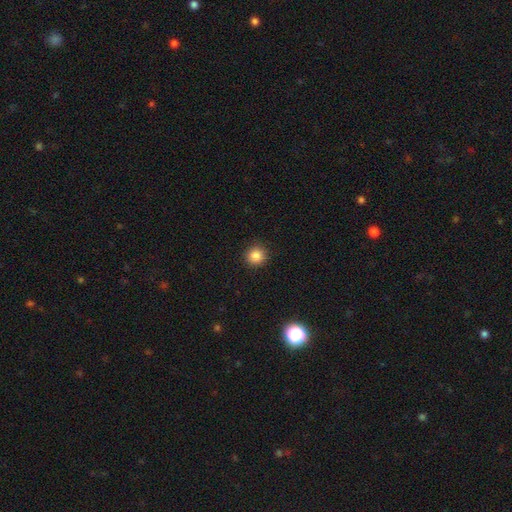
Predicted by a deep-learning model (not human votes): smooth_or_featured: smooth (p=0.85) [alt: star or artifact p=0.11]
how_rounded: round (p=0.92) [alt: in between p=0.07]
merging: none (p=0.90) [alt: minor disturbance p=0.07]